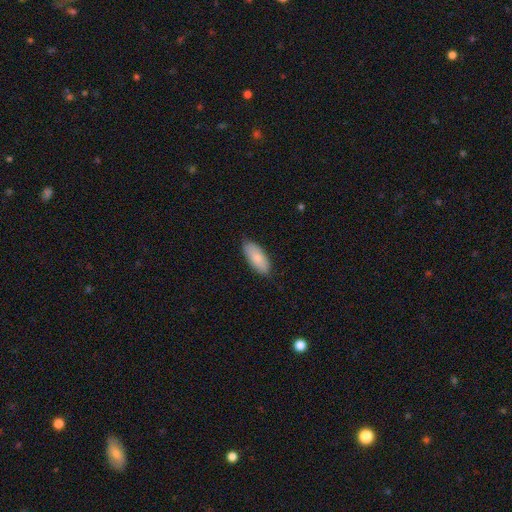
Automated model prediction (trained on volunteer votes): This is clearly a smooth galaxy (82%). How rounded: clearly in between (86%). Merging: clearly none (83%).